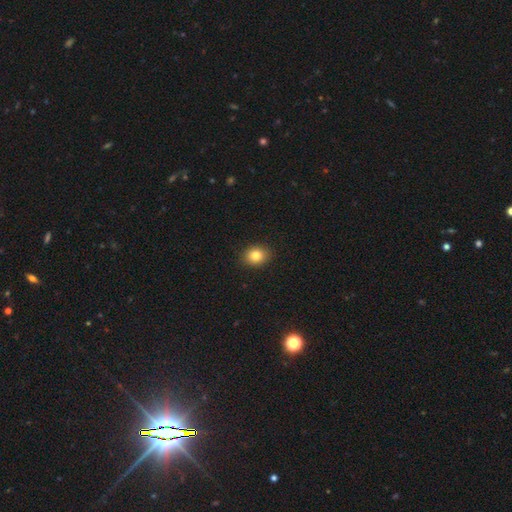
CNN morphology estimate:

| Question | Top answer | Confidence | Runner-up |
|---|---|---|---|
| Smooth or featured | smooth | 82% | star or artifact (11%) |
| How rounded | round | 57% | in between (42%) |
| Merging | none | 90% | minor disturbance (7%) |